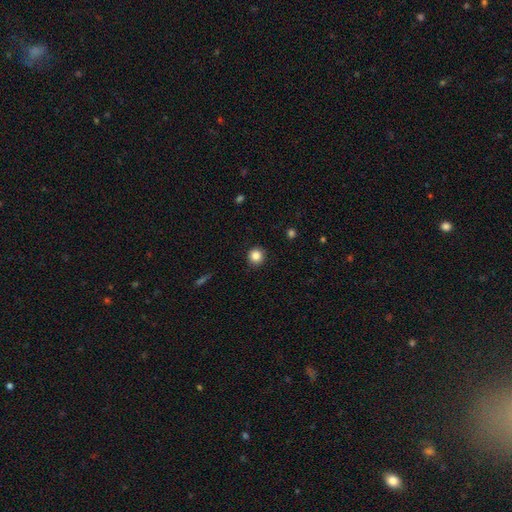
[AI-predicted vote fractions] The model was most divided on "smooth or featured": smooth: 85%, star or artifact: 11%, featured or disk: 4%. More confident: how rounded — round (93%); merging — none (91%).